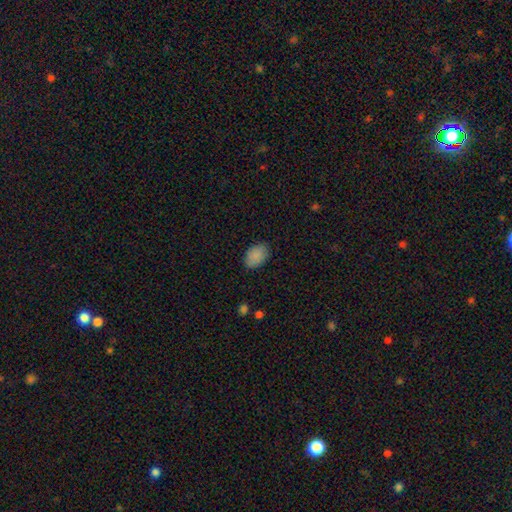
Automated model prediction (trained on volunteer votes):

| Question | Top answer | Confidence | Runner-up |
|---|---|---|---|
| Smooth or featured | smooth | 88% | star or artifact (8%) |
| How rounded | in between | 86% | round (13%) |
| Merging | none | 84% | minor disturbance (12%) |